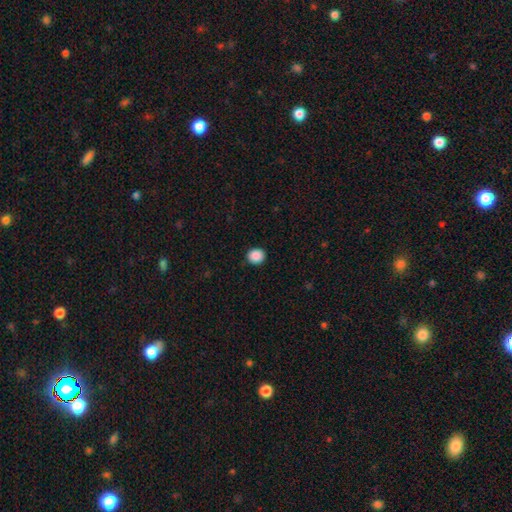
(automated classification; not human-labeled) smooth_or_featured: smooth (p=0.89) [alt: star or artifact p=0.09]
how_rounded: round (p=0.88) [alt: in between p=0.11]
merging: none (p=0.91) [alt: minor disturbance p=0.06]